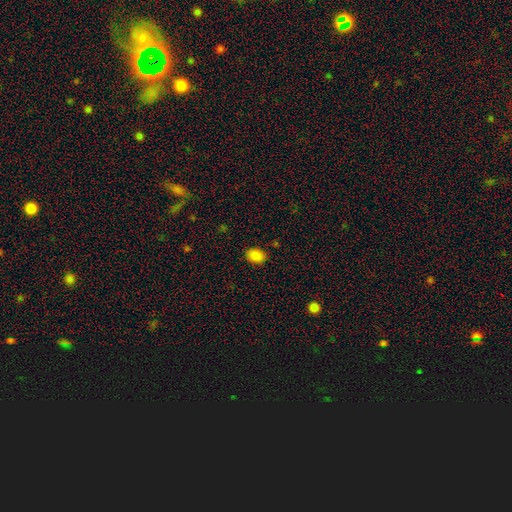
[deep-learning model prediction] Q: Smooth or featured?
A: smooth (86%); runner-up: star or artifact (10%)
Q: How rounded?
A: in between (64%); runner-up: round (35%)
Q: Merging?
A: none (87%); runner-up: minor disturbance (9%)